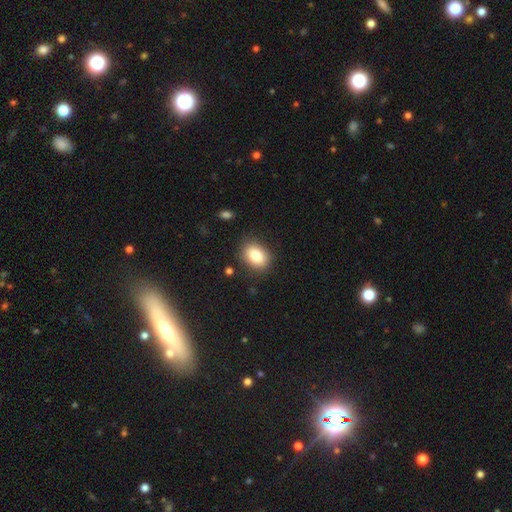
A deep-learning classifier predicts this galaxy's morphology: smooth_or_featured: smooth (p=0.82) [alt: featured or disk p=0.09]
how_rounded: in between (p=0.73) [alt: round p=0.26]
merging: none (p=0.85) [alt: minor disturbance p=0.10]